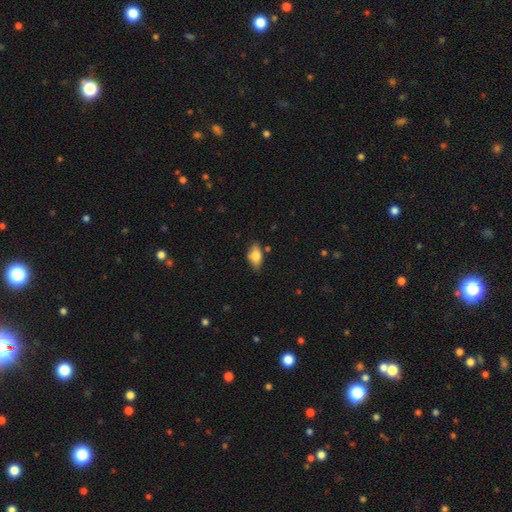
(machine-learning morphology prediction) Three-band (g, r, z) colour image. It shows a smooth galaxy with no disk features (73%) that is in between round and cigar-shaped (87%). Merging: none (74%).